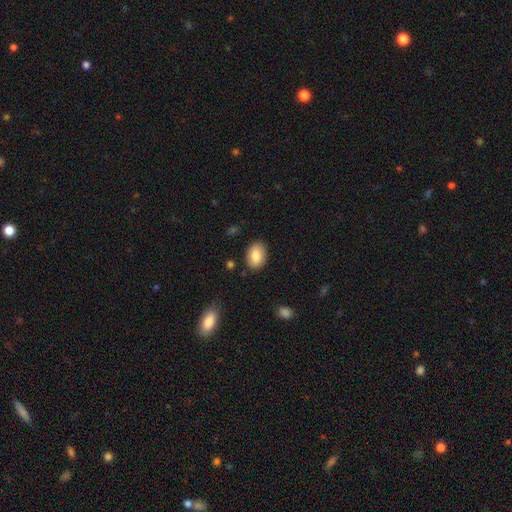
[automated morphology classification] A smooth galaxy with no disk features (83%) that is in between round and cigar-shaped (83%). Merging: none (86%).